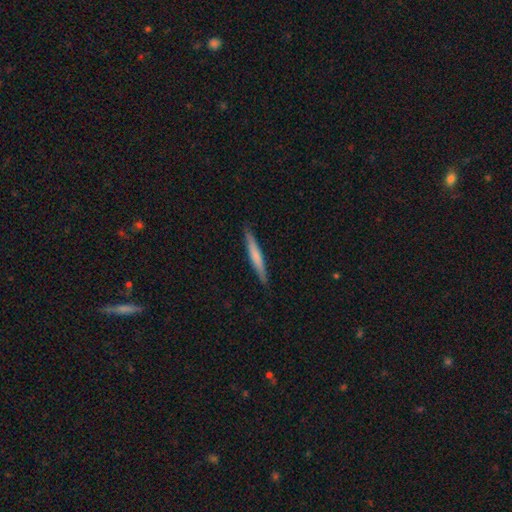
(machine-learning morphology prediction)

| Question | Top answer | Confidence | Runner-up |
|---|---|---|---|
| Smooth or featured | smooth | 61% | featured or disk (34%) |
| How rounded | cigar-shaped | 95% | in between (3%) |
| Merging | none | 90% | minor disturbance (7%) |